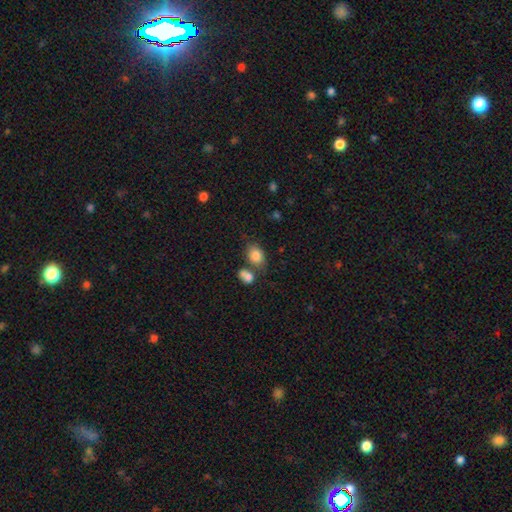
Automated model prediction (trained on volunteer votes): Q: Smooth or featured?
A: smooth (83%); runner-up: star or artifact (9%)
Q: How rounded?
A: in between (75%); runner-up: round (23%)
Q: Merging?
A: none (56%); runner-up: merger (25%)